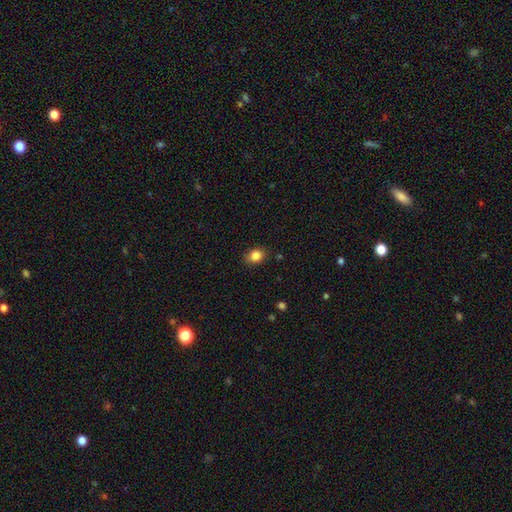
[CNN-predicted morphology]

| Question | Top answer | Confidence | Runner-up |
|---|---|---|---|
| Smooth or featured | smooth | 84% | star or artifact (10%) |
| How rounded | in between | 52% | round (47%) |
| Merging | none | 86% | minor disturbance (11%) |